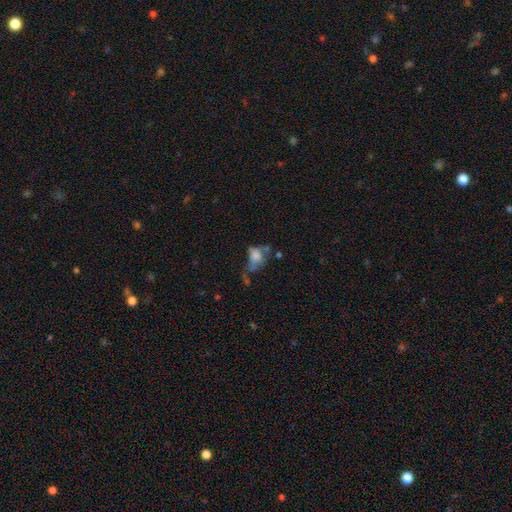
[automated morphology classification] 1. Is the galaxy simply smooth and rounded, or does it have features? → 59% smooth, 27% featured or disk, 13% star or artifact.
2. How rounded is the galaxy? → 70% in between, 27% round, 3% cigar-shaped.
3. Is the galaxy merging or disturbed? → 33% major disturbance, 25% none, 22% merger, 21% minor disturbance.